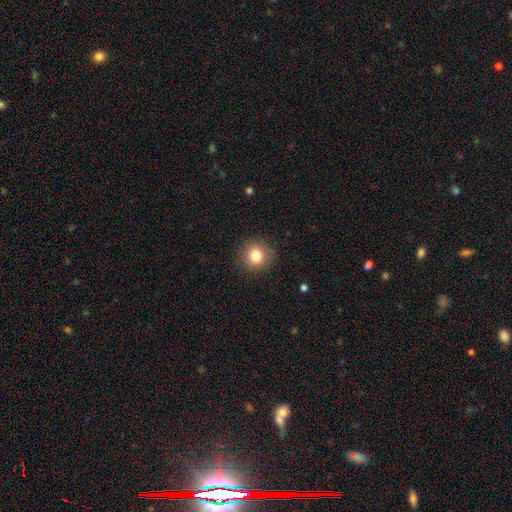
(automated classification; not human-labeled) Smooth or featured: smooth — 83% (star or artifact — 10%)
How rounded: round — 89% (in between — 10%)
Merging: none — 89% (minor disturbance — 7%)